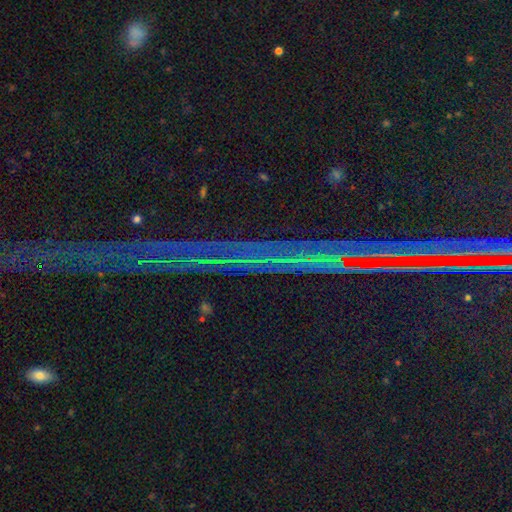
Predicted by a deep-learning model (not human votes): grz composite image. It shows a star or artifact, not a galaxy (80%).